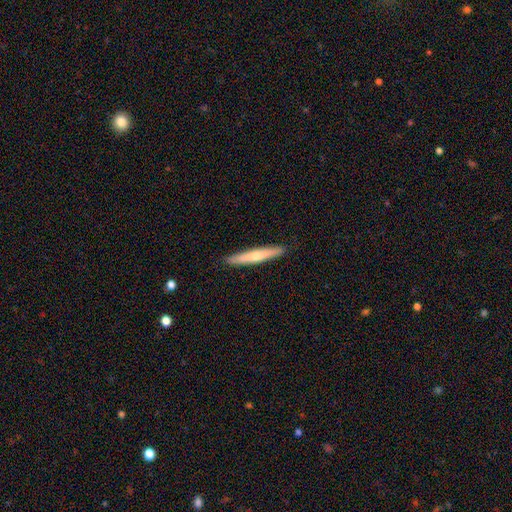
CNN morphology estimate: Q: Smooth or featured?
A: smooth (57%); runner-up: featured or disk (38%)
Q: How rounded?
A: cigar-shaped (95%); runner-up: in between (4%)
Q: Merging?
A: none (91%); runner-up: minor disturbance (6%)